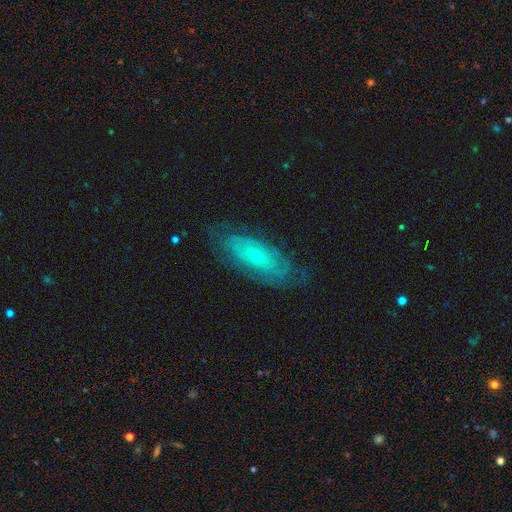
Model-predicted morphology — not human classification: type=featured or disk (65%); edge-on=no (85%); bar=no (82%); spiral arms=yes (67%); bulge=small (73%); merging=none (71%).